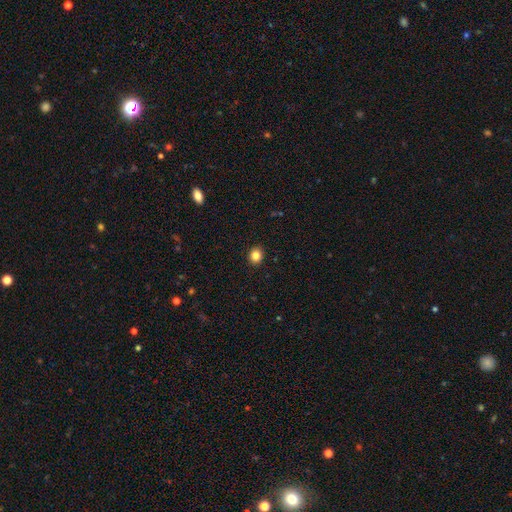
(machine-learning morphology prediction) Q: Smooth or featured?
A: smooth (84%); runner-up: star or artifact (11%)
Q: How rounded?
A: round (73%); runner-up: in between (26%)
Q: Merging?
A: none (92%); runner-up: minor disturbance (5%)